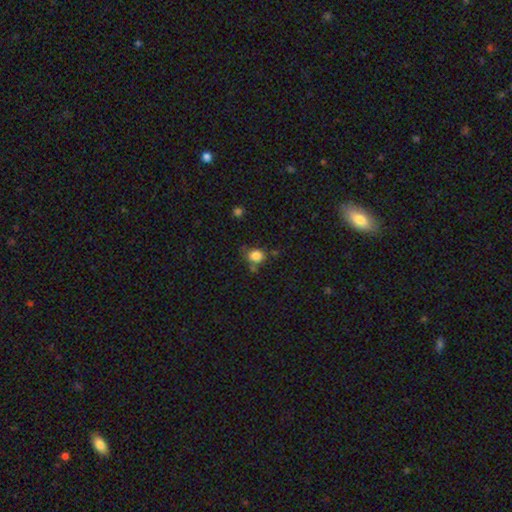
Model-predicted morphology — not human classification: Q: Smooth or featured?
A: smooth (84%); runner-up: star or artifact (11%)
Q: How rounded?
A: round (72%); runner-up: in between (28%)
Q: Merging?
A: none (70%); runner-up: minor disturbance (16%)